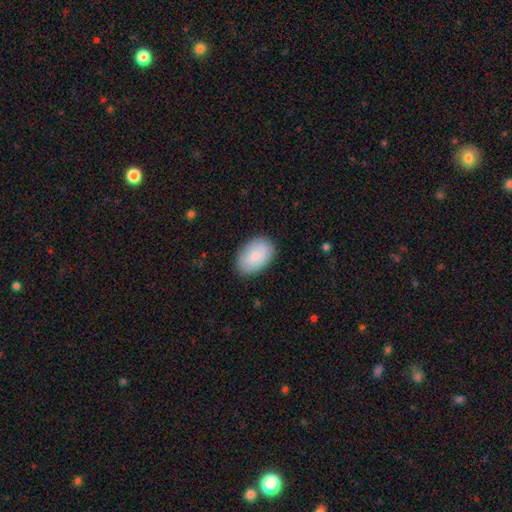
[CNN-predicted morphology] smooth_or_featured: smooth (p=0.82) [alt: featured or disk p=0.13]
how_rounded: in between (p=0.90) [alt: round p=0.09]
merging: none (p=0.85) [alt: minor disturbance p=0.12]